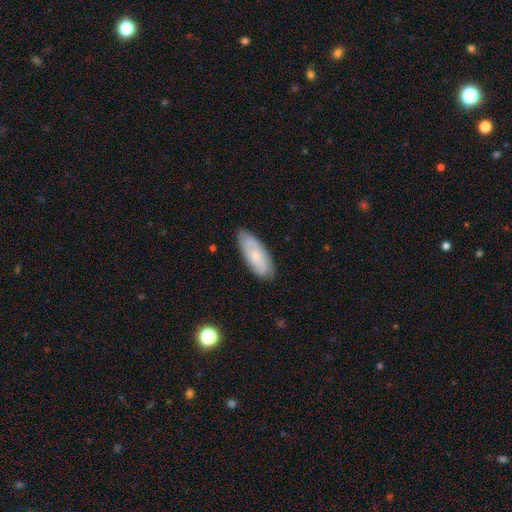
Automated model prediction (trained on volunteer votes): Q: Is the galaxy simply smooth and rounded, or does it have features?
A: smooth — 60%.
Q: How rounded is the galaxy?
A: in between — 73%.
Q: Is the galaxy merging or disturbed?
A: none — 81%.